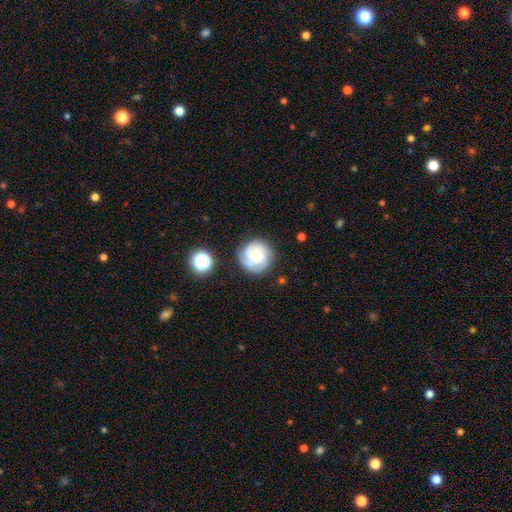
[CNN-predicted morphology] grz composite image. It shows a smooth galaxy with no disk features (48%). Merging: none (77%).